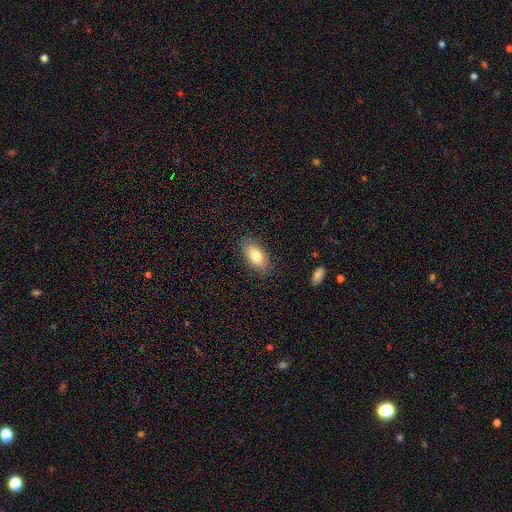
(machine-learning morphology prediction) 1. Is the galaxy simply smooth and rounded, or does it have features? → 81% smooth, 13% featured or disk, 7% star or artifact.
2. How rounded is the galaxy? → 89% in between, 8% cigar-shaped, 3% round.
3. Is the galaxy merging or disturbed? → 86% none, 11% minor disturbance, 3% major disturbance, 1% merger.